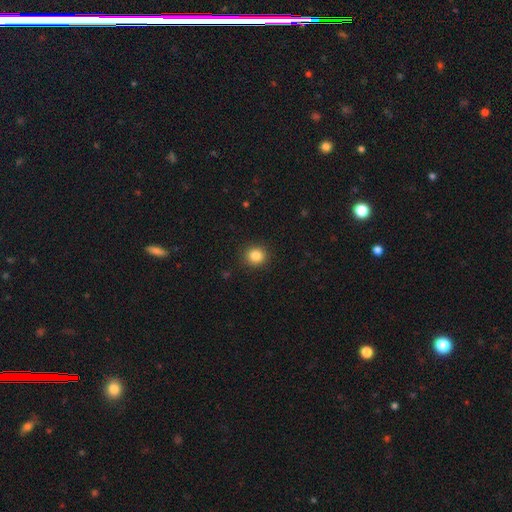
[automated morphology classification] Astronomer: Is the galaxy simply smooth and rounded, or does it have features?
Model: smooth — 84%.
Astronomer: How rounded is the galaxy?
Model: round — 89%.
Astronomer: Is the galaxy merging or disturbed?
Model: none — 92%.